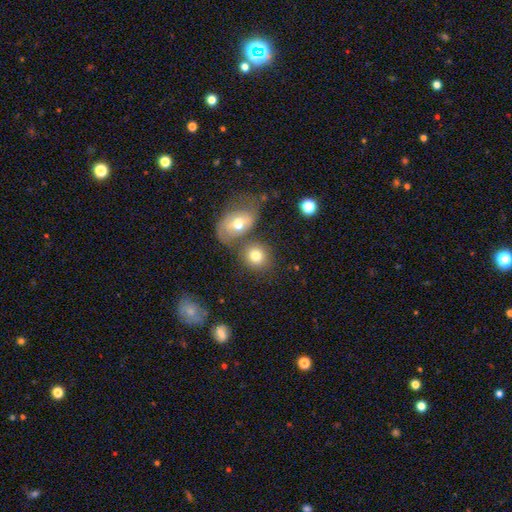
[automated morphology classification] The model was most divided on "merging": none: 59%, merger: 25%, minor disturbance: 11%, major disturbance: 5%. More confident: smooth or featured — smooth (77%); how rounded — round (70%).